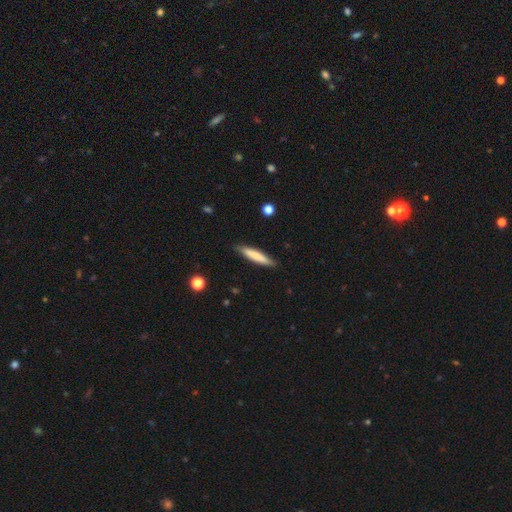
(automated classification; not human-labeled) A smooth galaxy with no disk features (71%) that is cigar-shaped (88%). Merging: none (87%).